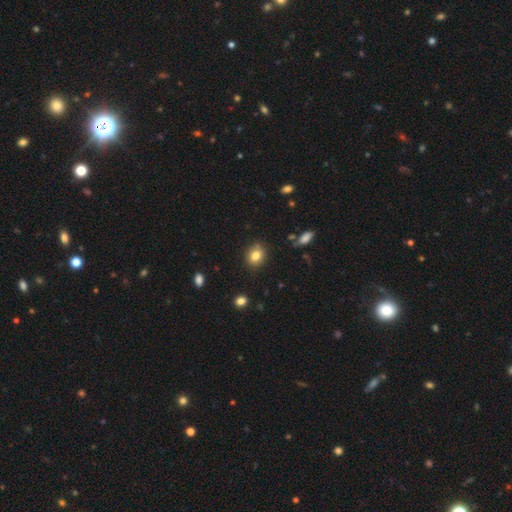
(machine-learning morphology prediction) The model was most divided on "how rounded": round: 55%, in between: 44%, cigar-shaped: 1%. More confident: merging — none (83%); smooth or featured — smooth (82%).